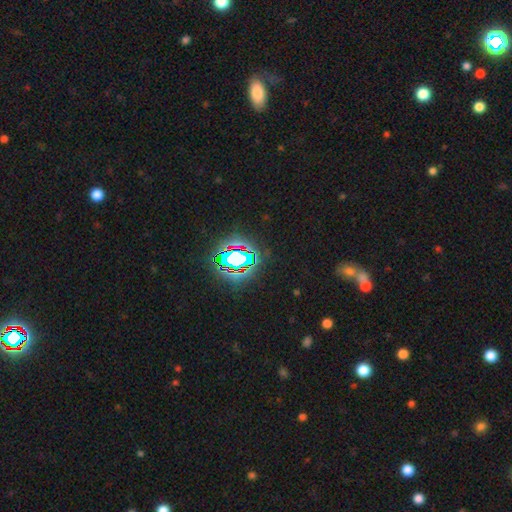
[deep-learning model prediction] A star or artifact, not a galaxy (76%).

Vote fractions:
- Smooth or featured? star or artifact: 76% / smooth: 15% / featured or disk: 9%